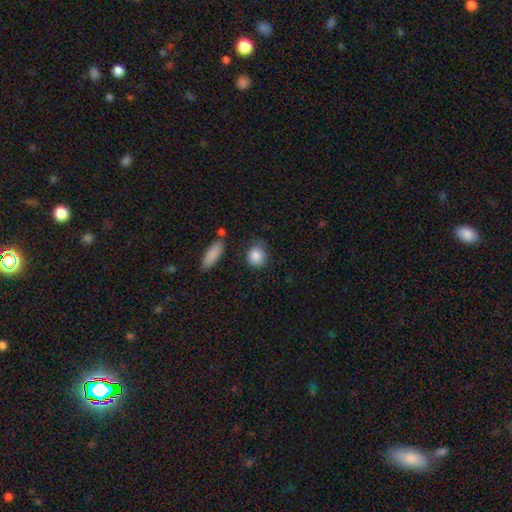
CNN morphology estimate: This is clearly a smooth galaxy (87%). How rounded: likely round (76%). Merging: likely none (76%).